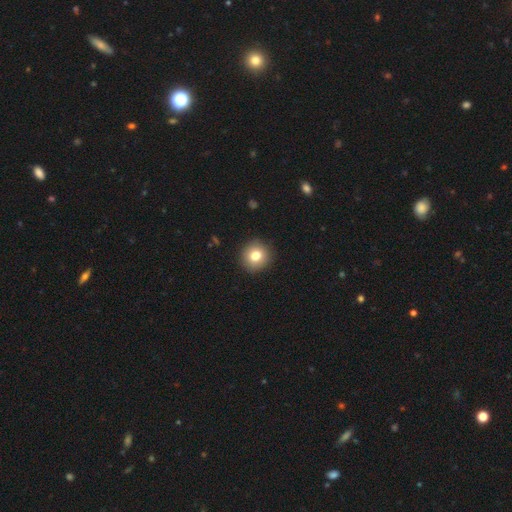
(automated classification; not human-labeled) A smooth galaxy with no disk features (80%) that is round (90%).

Vote fractions:
- Smooth or featured? smooth: 80% / featured or disk: 10% / star or artifact: 10%
- How rounded? round: 90% / in between: 9% / cigar-shaped: 1%
- Merging? none: 91% / minor disturbance: 6% / major disturbance: 2% / merger: 1%